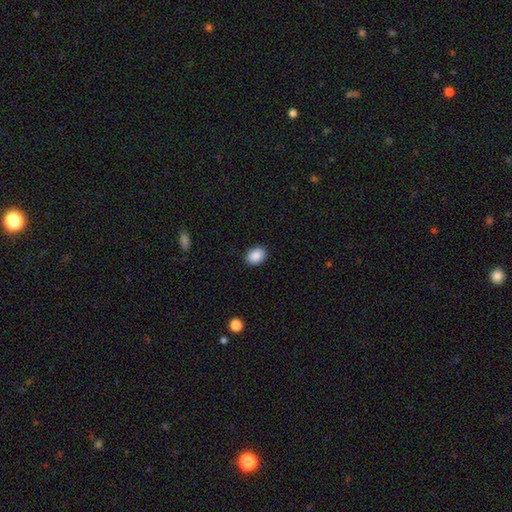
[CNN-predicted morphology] A smooth galaxy with no disk features (89%) that is in between round and cigar-shaped (70%).

Vote fractions:
- Smooth or featured? smooth: 89% / star or artifact: 8% / featured or disk: 3%
- How rounded? in between: 70% / round: 29% / cigar-shaped: 1%
- Merging? none: 90% / minor disturbance: 7% / major disturbance: 2% / merger: 1%